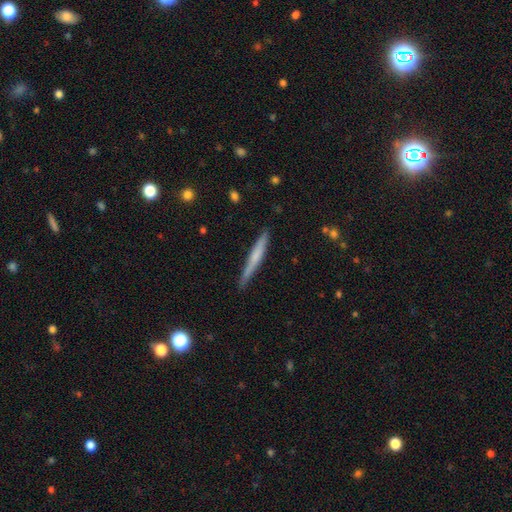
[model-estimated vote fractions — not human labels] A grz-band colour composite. It shows a smooth galaxy with no disk features (53%) that is cigar-shaped (96%). Merging: none (85%).